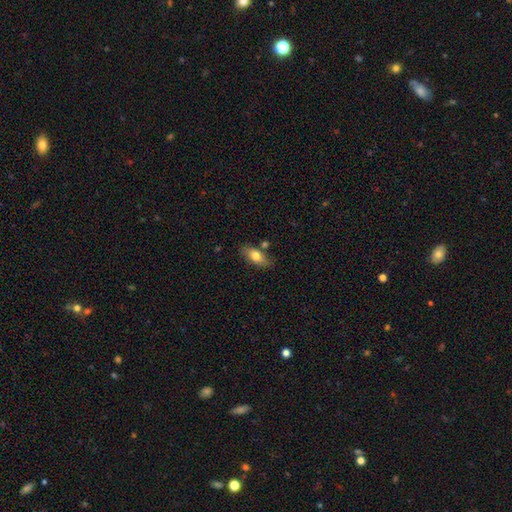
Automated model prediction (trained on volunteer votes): Morphology: type=smooth (75%); roundness=in between (84%); merging=none (74%).